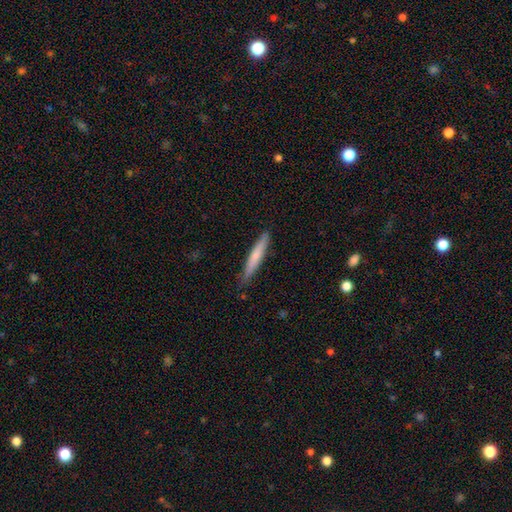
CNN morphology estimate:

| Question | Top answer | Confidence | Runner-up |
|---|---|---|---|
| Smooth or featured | smooth | 67% | featured or disk (27%) |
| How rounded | cigar-shaped | 94% | in between (5%) |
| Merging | none | 85% | minor disturbance (13%) |